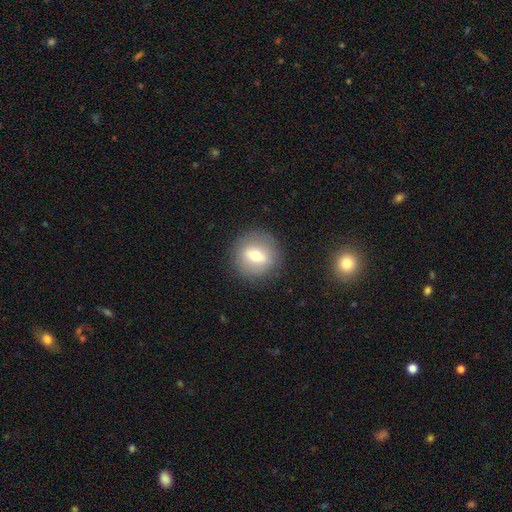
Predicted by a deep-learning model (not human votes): Smooth or featured: smooth — 57% (featured or disk — 34%)
How rounded: round — 88% (in between — 11%)
Merging: none — 87% (minor disturbance — 8%)